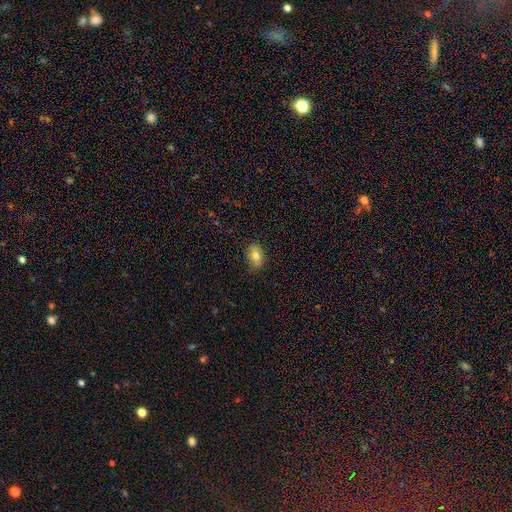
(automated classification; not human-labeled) smooth 78%, featured or disk 13%, star or artifact 9%. Down the decision tree: how rounded — in between (80%); merging — none (83%).